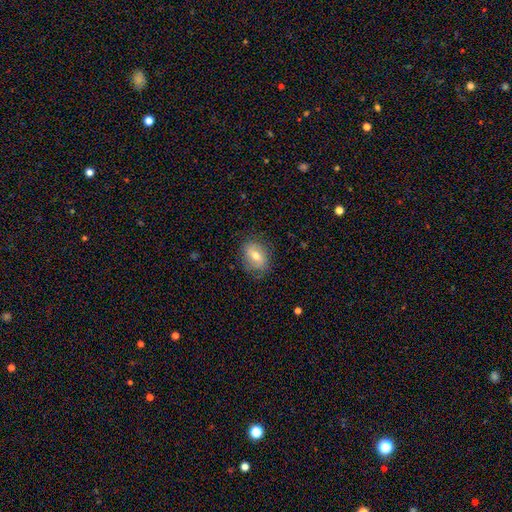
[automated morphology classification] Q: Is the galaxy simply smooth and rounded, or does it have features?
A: smooth — 58%.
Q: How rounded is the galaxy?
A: in between — 69%.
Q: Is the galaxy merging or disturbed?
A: none — 78%.